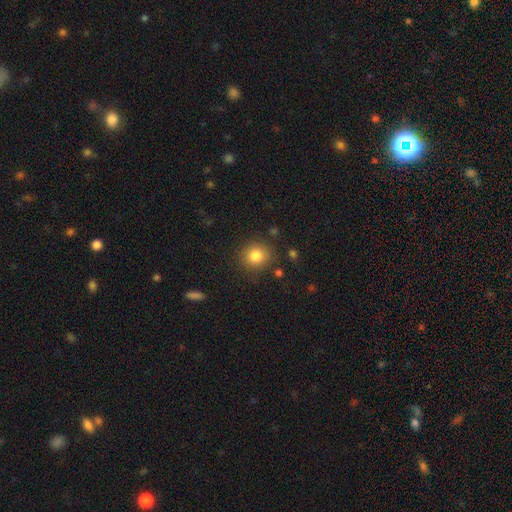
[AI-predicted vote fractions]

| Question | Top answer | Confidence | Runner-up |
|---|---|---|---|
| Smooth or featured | smooth | 82% | star or artifact (11%) |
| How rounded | round | 87% | in between (12%) |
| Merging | none | 87% | minor disturbance (8%) |